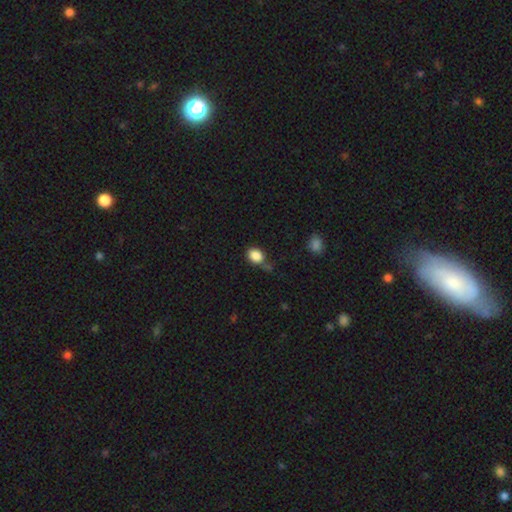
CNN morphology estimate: This is clearly a smooth galaxy (86%). How rounded: possibly in between (57%). Merging: possibly none (58%).